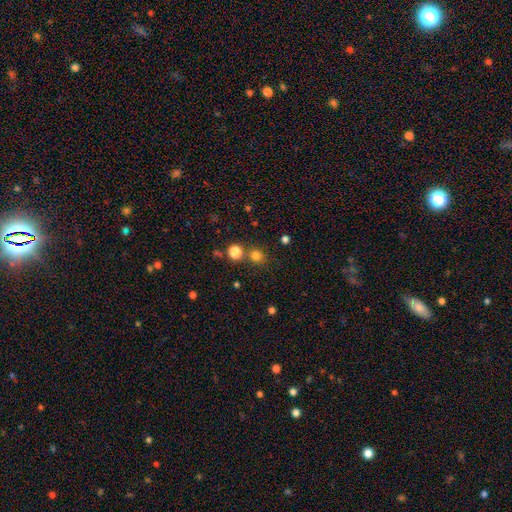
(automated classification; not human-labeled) This is likely a smooth galaxy (77%). How rounded: clearly round (86%). Merging: likely none (72%).